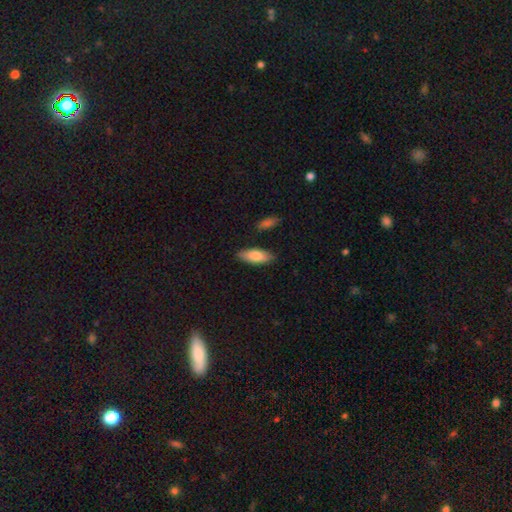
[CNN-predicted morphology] This appears to be a smooth galaxy with no disk features (79%) that is in between round and cigar-shaped (74%). Merging: none (84%).